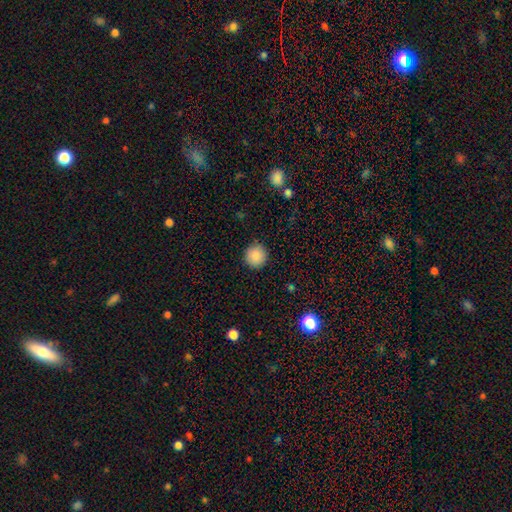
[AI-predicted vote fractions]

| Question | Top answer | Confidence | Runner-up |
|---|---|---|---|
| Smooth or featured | smooth | 87% | star or artifact (9%) |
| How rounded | round | 95% | in between (4%) |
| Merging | none | 92% | minor disturbance (6%) |